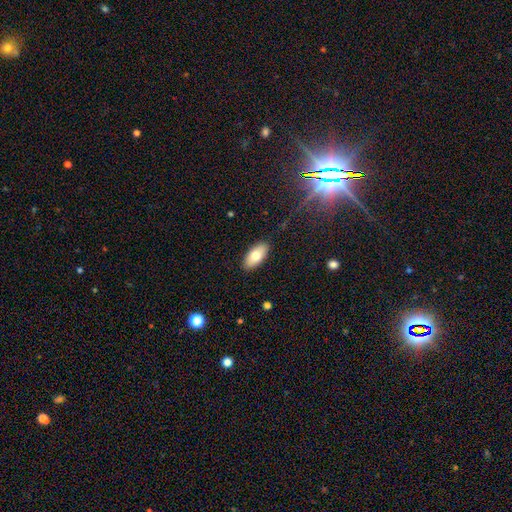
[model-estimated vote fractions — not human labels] A smooth galaxy with no disk features (76%) that is in between round and cigar-shaped (92%). Merging: none (89%).